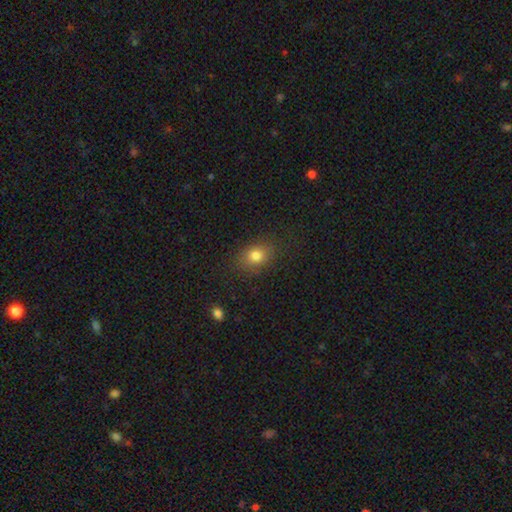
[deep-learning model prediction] This is likely a smooth galaxy (80%). How rounded: likely in between (61%). Merging: clearly none (84%).